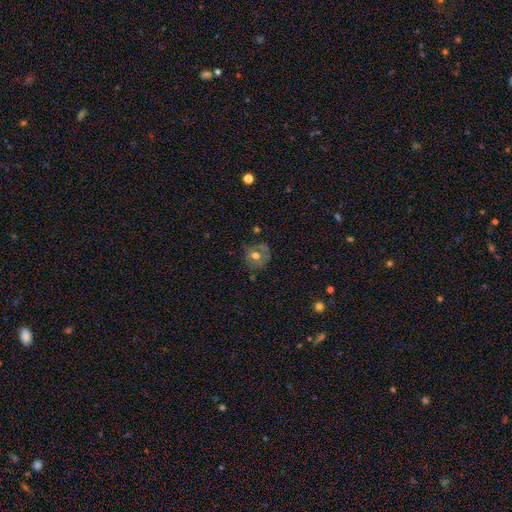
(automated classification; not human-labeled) smooth_or_featured: smooth (p=0.52) [alt: featured or disk p=0.38]
how_rounded: round (p=0.78) [alt: in between p=0.21]
merging: none (p=0.61) [alt: minor disturbance p=0.24]